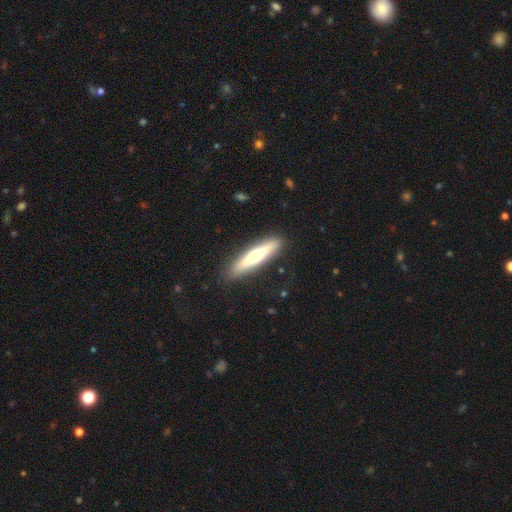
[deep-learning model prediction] Smooth or featured: smooth — 57% (featured or disk — 37%)
How rounded: cigar-shaped — 85% (in between — 14%)
Merging: none — 88% (minor disturbance — 9%)